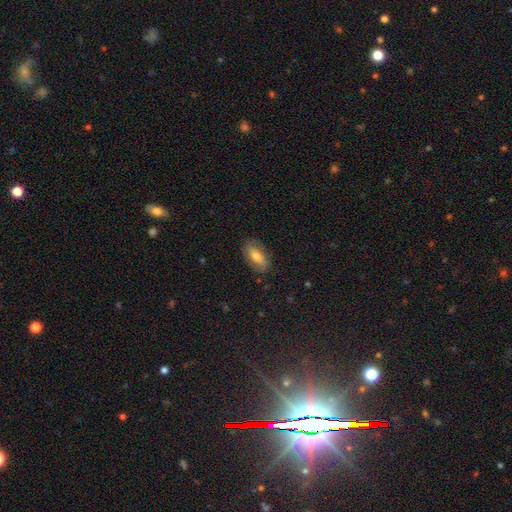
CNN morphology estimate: Smooth or featured: smooth — 59% (featured or disk — 34%)
How rounded: in between — 86% (cigar-shaped — 9%)
Merging: none — 80% (minor disturbance — 15%)